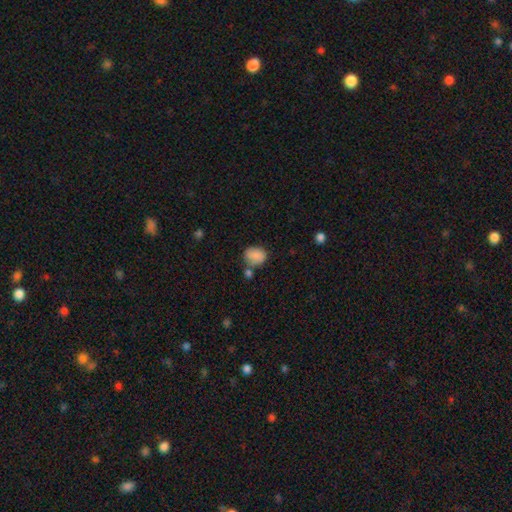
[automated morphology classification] Smooth or featured? smooth (85%)
How rounded? in between (54%)
Merging? none (58%)